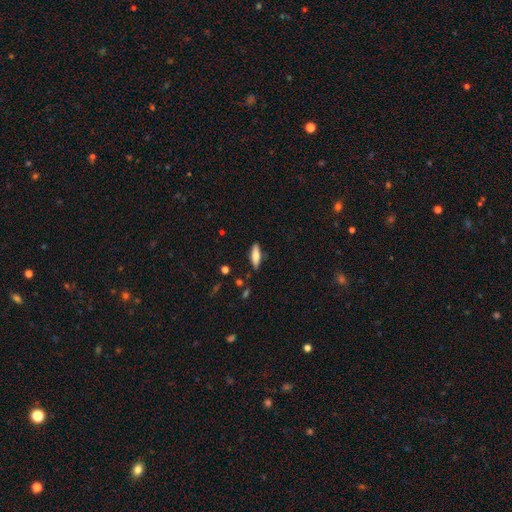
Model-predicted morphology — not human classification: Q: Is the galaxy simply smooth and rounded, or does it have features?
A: smooth — 71%.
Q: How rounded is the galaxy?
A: cigar-shaped — 51%.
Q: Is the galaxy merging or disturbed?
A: none — 84%.